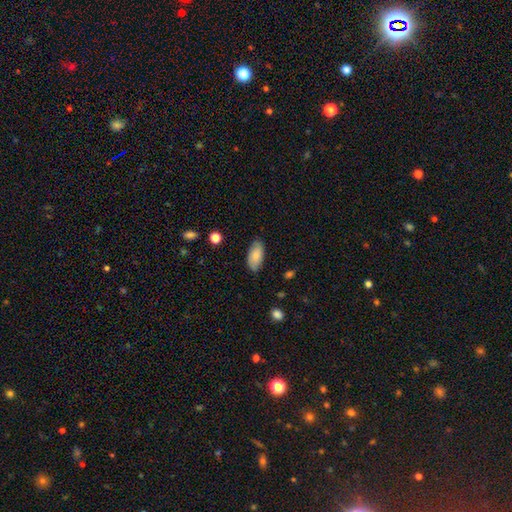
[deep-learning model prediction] Smooth or featured? smooth (78%)
How rounded? in between (93%)
Merging? none (83%)